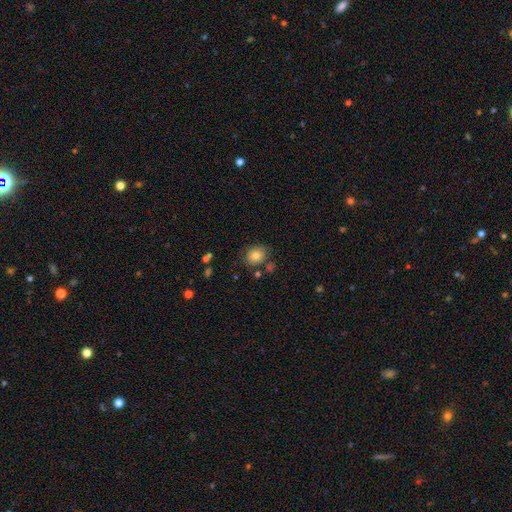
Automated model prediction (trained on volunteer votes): smooth_or_featured: smooth (p=0.78) [alt: featured or disk p=0.11]
how_rounded: round (p=0.72) [alt: in between p=0.27]
merging: none (p=0.75) [alt: minor disturbance p=0.14]